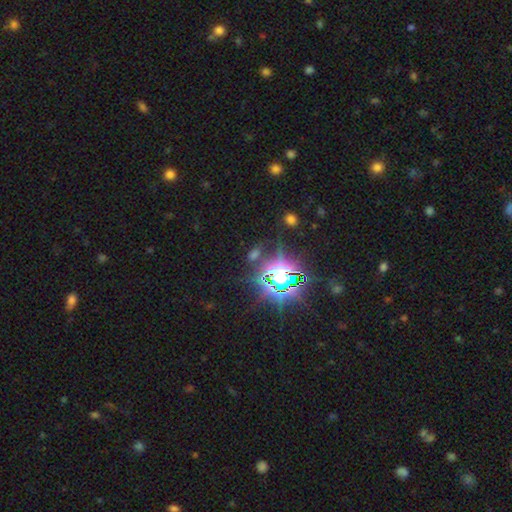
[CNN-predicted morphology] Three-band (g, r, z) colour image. It shows a star or artifact, not a galaxy (76%).